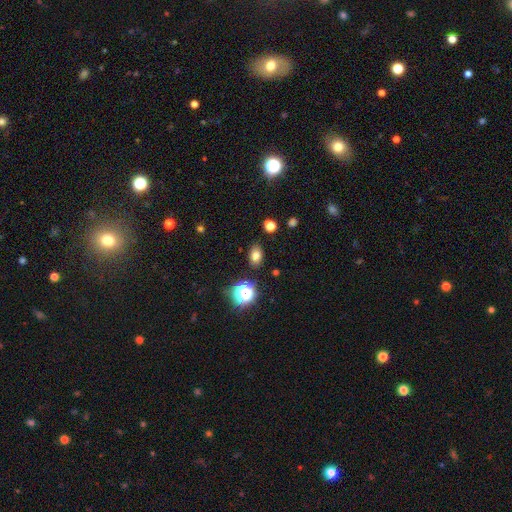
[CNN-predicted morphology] Smooth or featured: smooth — 75% (star or artifact — 17%)
How rounded: in between — 77% (round — 22%)
Merging: none — 85% (minor disturbance — 10%)